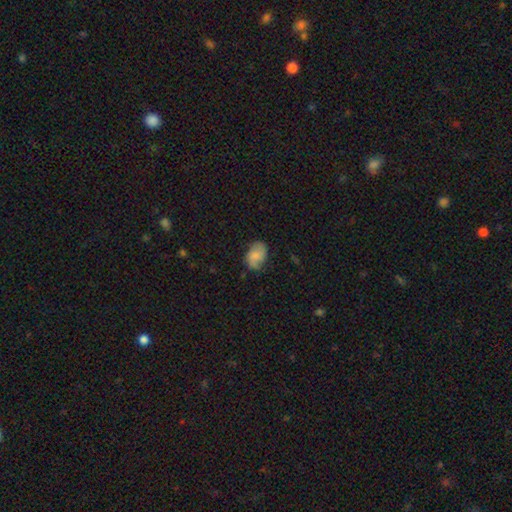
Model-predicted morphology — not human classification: Smooth or featured: smooth — 61% (featured or disk — 30%)
How rounded: in between — 79% (round — 19%)
Merging: none — 71% (minor disturbance — 21%)